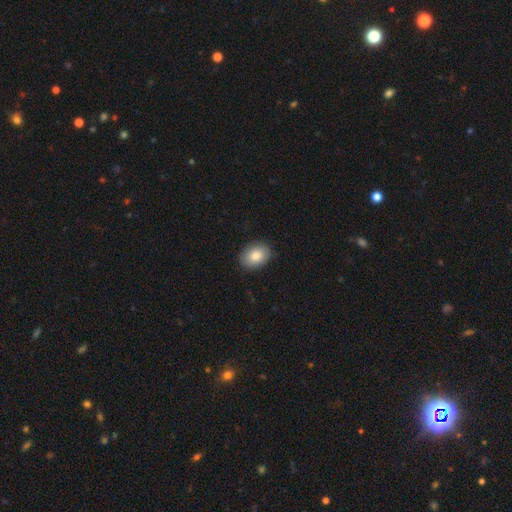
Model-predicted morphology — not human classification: smooth_or_featured: smooth (p=0.84) [alt: featured or disk p=0.09]
how_rounded: in between (p=0.76) [alt: round p=0.23]
merging: none (p=0.87) [alt: minor disturbance p=0.10]